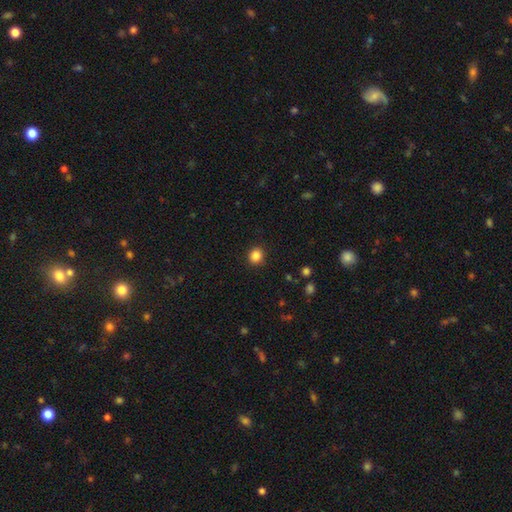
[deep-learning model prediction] smooth_or_featured: smooth (p=0.86) [alt: star or artifact p=0.11]
how_rounded: round (p=0.81) [alt: in between p=0.18]
merging: none (p=0.91) [alt: minor disturbance p=0.06]